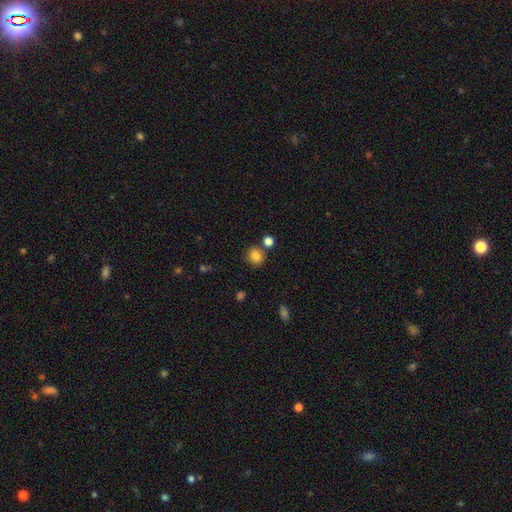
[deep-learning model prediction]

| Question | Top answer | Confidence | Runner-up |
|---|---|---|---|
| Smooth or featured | smooth | 84% | star or artifact (11%) |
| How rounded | round | 76% | in between (23%) |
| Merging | none | 74% | merger (12%) |